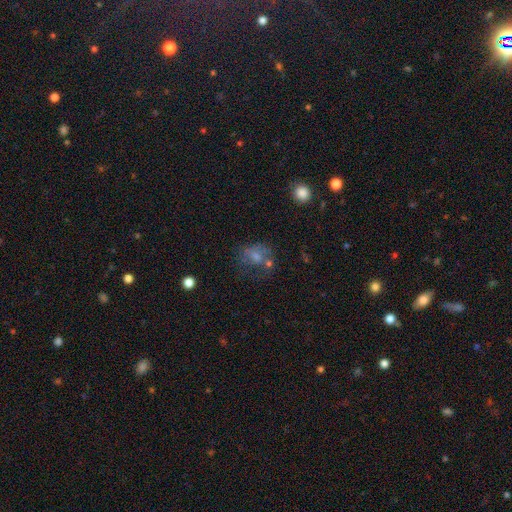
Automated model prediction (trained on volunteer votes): The model was most divided on "merging": none: 34%, major disturbance: 27%, minor disturbance: 21%, merger: 18%. More confident: smooth or featured — smooth (56%); how rounded — in between (56%).